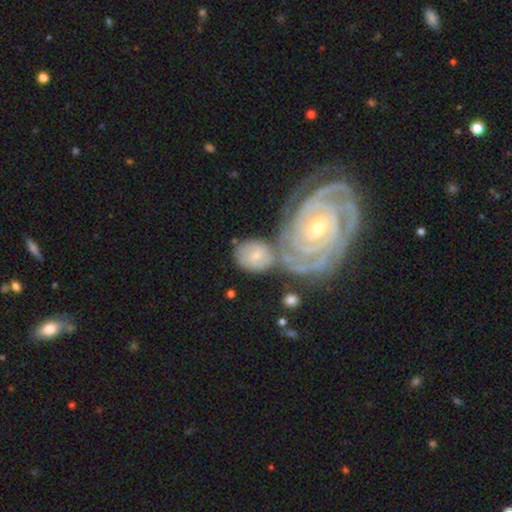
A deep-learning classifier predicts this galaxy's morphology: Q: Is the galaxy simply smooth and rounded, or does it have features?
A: featured or disk — 53%.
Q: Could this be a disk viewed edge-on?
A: no — 96%.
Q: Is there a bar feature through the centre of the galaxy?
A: no — 50%.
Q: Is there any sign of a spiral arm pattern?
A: yes — 87%.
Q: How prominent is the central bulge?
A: small — 52%.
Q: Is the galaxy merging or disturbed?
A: none — 45%.